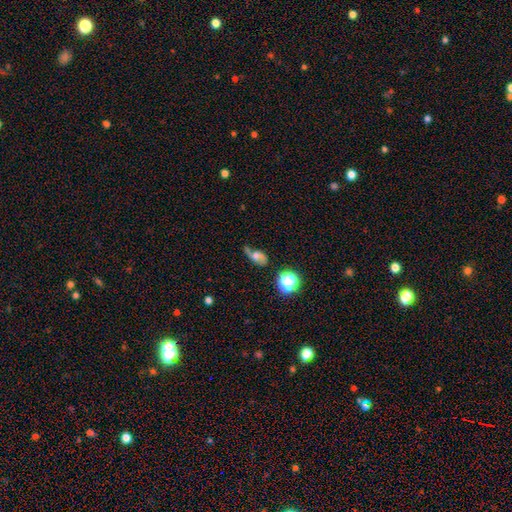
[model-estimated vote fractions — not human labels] Smooth or featured? featured or disk (49%)
Merging? none (44%)